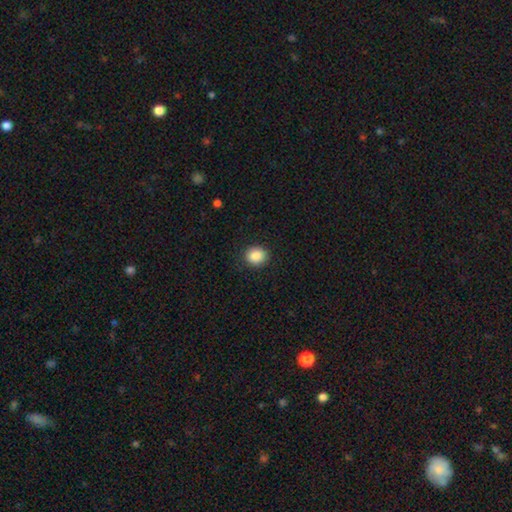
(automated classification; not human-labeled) Morphology: type=smooth (88%); roundness=round (77%); merging=none (89%).